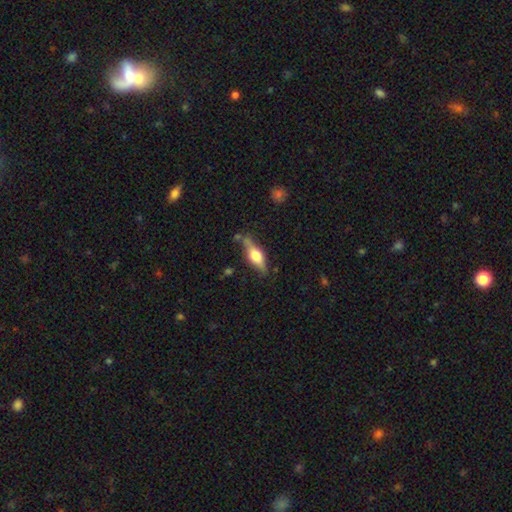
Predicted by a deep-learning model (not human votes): Q: Smooth or featured?
A: featured or disk (48%); runner-up: smooth (46%)
Q: Merging?
A: none (73%); runner-up: minor disturbance (18%)